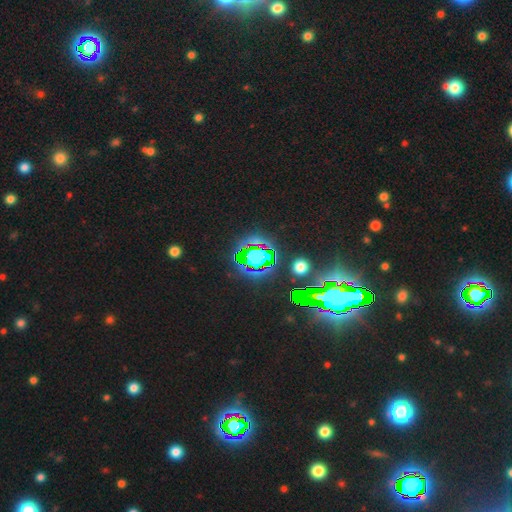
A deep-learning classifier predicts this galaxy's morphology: smooth_or_featured: star or artifact (p=0.79) [alt: featured or disk p=0.11]